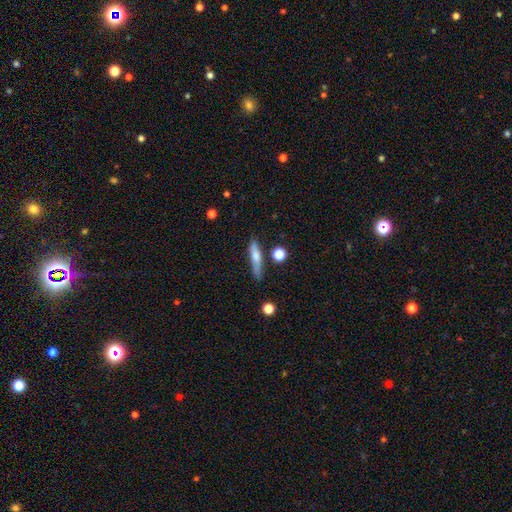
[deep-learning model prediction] Q: Smooth or featured?
A: smooth (60%); runner-up: featured or disk (32%)
Q: How rounded?
A: cigar-shaped (83%); runner-up: in between (14%)
Q: Merging?
A: none (75%); runner-up: minor disturbance (16%)